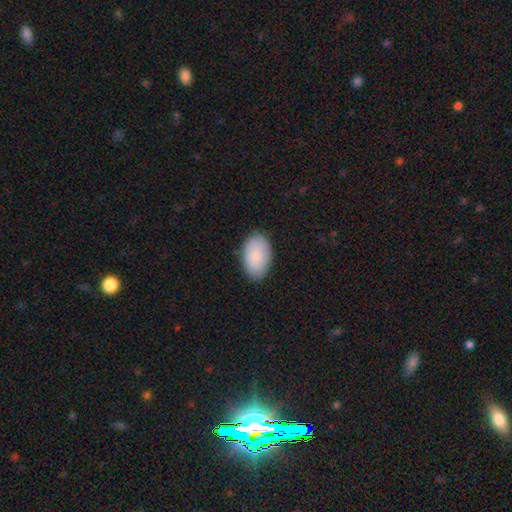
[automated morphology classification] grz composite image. It shows a smooth galaxy with no disk features (86%) that is in between round and cigar-shaped (93%). Merging: none (85%).